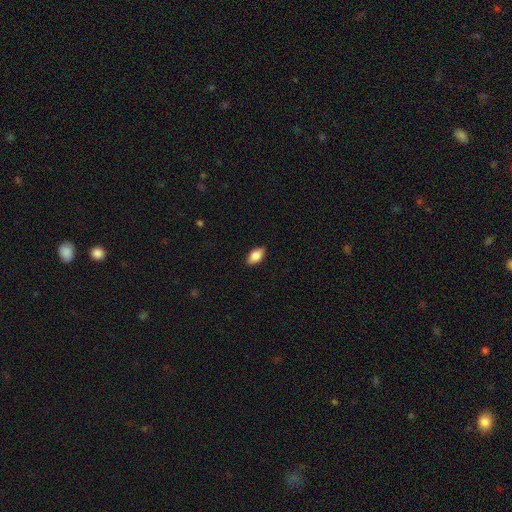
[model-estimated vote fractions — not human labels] Smooth or featured? Predicted: smooth (p=0.83). How rounded? Predicted: in between (p=0.91). Merging? Predicted: none (p=0.87).